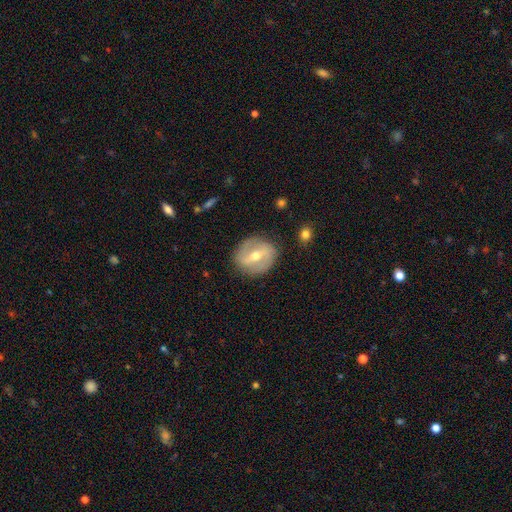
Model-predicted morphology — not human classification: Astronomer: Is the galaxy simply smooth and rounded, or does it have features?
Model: featured or disk — 69%.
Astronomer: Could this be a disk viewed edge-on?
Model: no — 93%.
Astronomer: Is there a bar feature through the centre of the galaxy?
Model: strong — 55% (runner-up: weak, 34%).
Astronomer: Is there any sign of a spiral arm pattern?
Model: yes — 58% (runner-up: no, 42%).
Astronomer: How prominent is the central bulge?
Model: moderate — 64%.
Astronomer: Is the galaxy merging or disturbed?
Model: none — 85%.